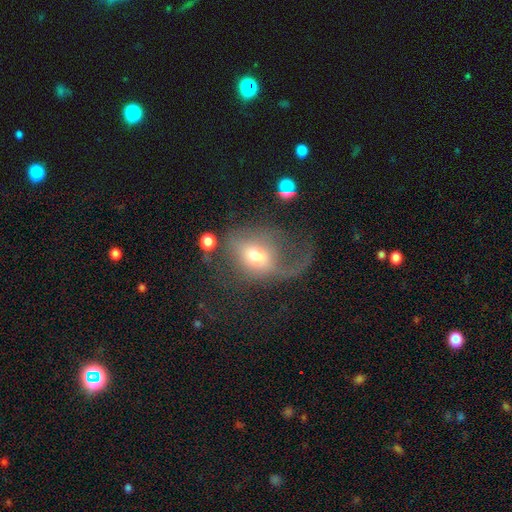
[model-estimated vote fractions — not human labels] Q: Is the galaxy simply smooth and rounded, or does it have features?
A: smooth — 45%, tied with featured or disk.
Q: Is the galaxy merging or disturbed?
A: major disturbance — 54%.